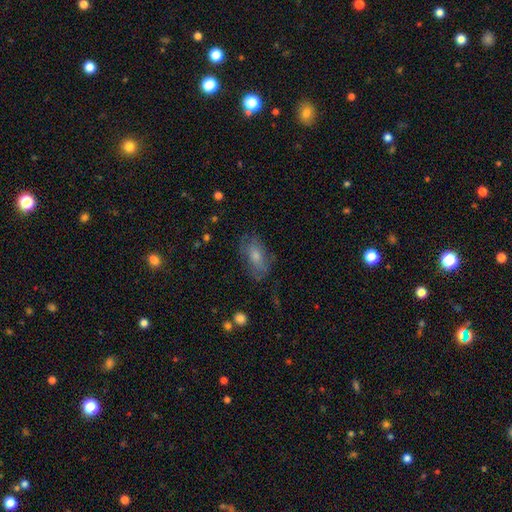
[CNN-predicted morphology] This appears to be a smooth galaxy with no disk features (49%). Merging: none (69%).